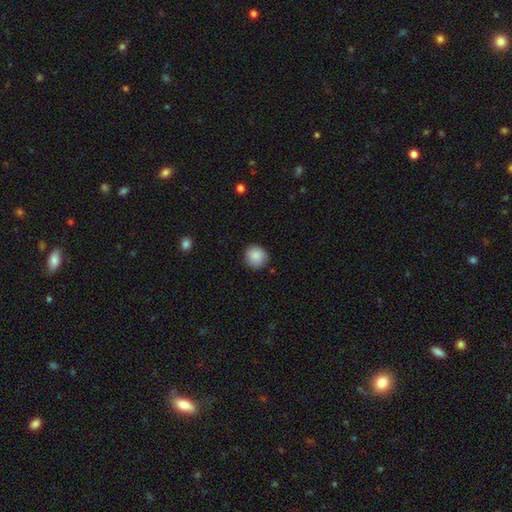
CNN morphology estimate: Smooth or featured? smooth (88%)
How rounded? round (92%)
Merging? none (86%)